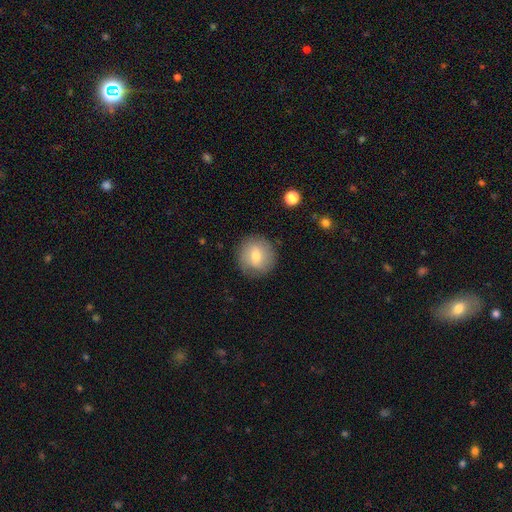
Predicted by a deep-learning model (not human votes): This appears to be a smooth galaxy with no disk features (69%) that is round (91%). Merging: none (86%).